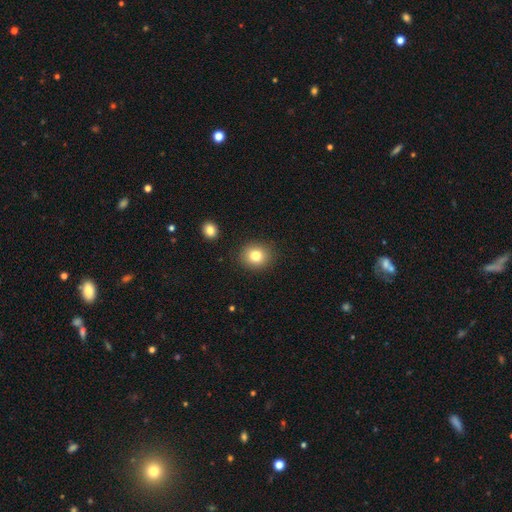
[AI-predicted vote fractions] smooth 80%, star or artifact 12%, featured or disk 8%. Down the decision tree: how rounded — round (81%); merging — none (89%).